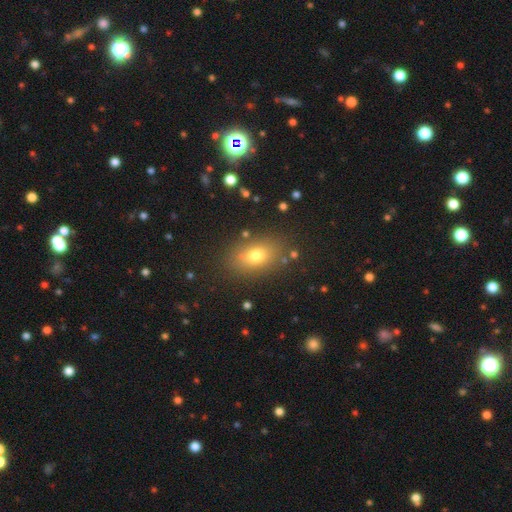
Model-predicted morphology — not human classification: A smooth galaxy with no disk features (74%) that is in between round and cigar-shaped (81%).

Vote fractions:
- Smooth or featured? smooth: 74% / star or artifact: 14% / featured or disk: 13%
- How rounded? in between: 81% / round: 17% / cigar-shaped: 3%
- Merging? none: 84% / minor disturbance: 10% / major disturbance: 4% / merger: 3%